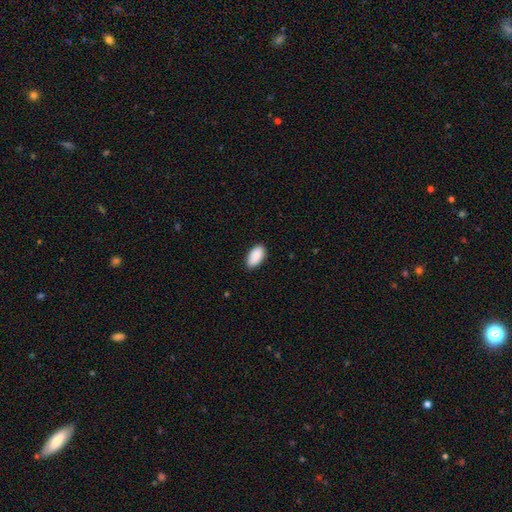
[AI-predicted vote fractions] A smooth galaxy with no disk features (91%) that is in between round and cigar-shaped (95%). Merging: none (85%).